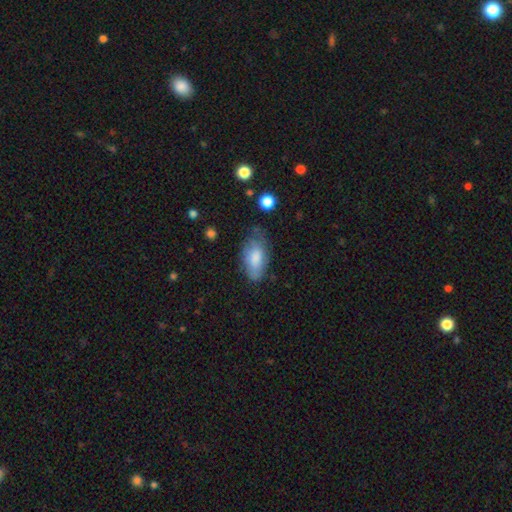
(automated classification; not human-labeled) Smooth or featured? smooth (72%)
How rounded? in between (91%)
Merging? none (60%)